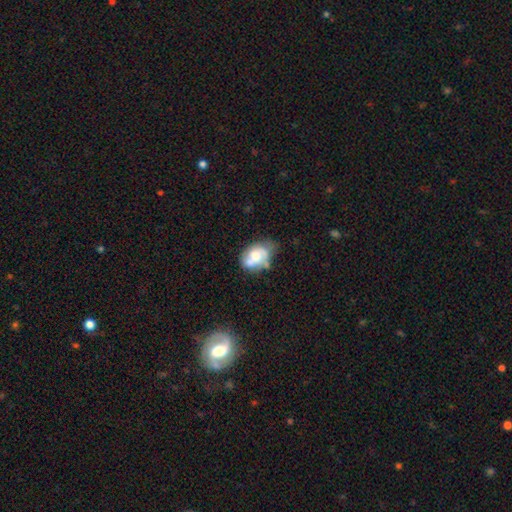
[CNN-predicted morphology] smooth-or-featured: smooth: 48% | featured or disk: 44% | star or artifact: 8%
  merging: none: 38% | minor disturbance: 32% | merger: 15% | major disturbance: 15%